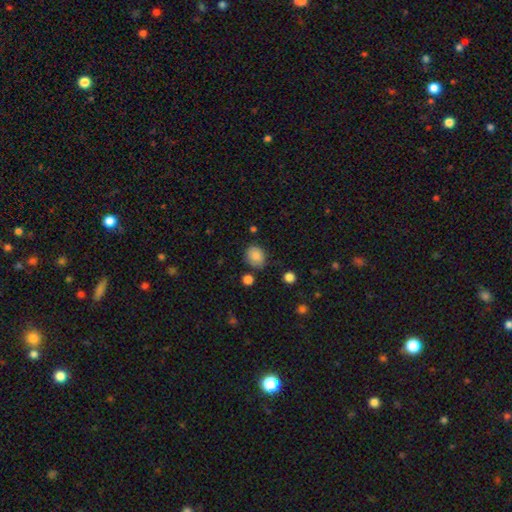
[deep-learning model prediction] Smooth or featured? Predicted: smooth (p=0.83). How rounded? Predicted: round (p=0.61). Merging? Predicted: none (p=0.75).